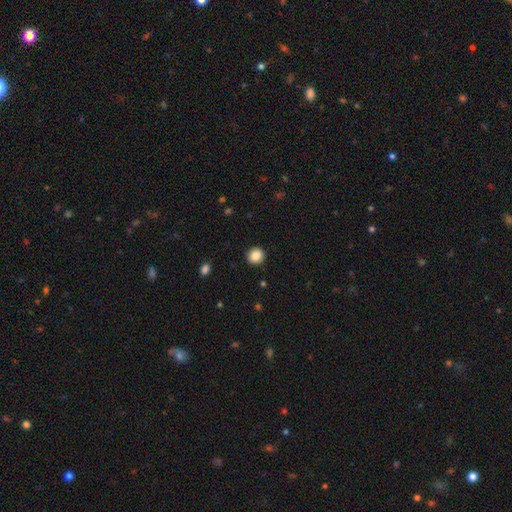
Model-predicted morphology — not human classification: A smooth galaxy with no disk features (87%) that is round (90%). Merging: none (92%).